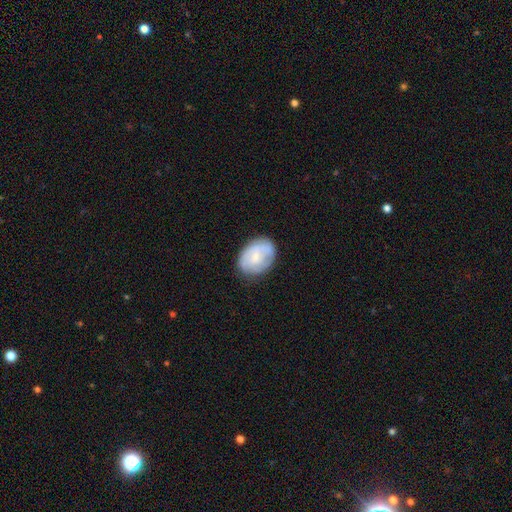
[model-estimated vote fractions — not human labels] This appears to be a smooth galaxy with no disk features (50%). Merging: none (73%).